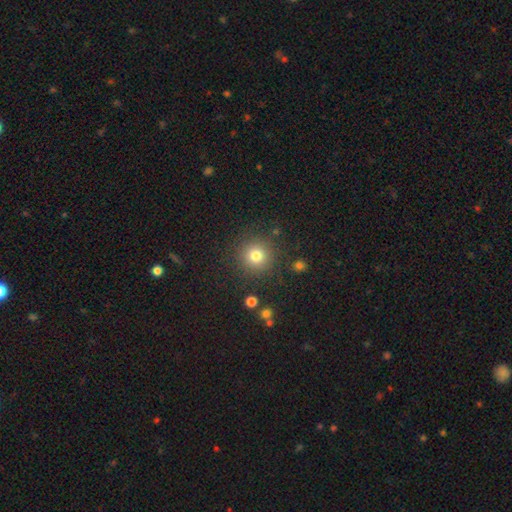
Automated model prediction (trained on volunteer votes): smooth_or_featured: smooth (p=0.79) [alt: star or artifact p=0.14]
how_rounded: round (p=0.94) [alt: in between p=0.05]
merging: none (p=0.87) [alt: minor disturbance p=0.07]